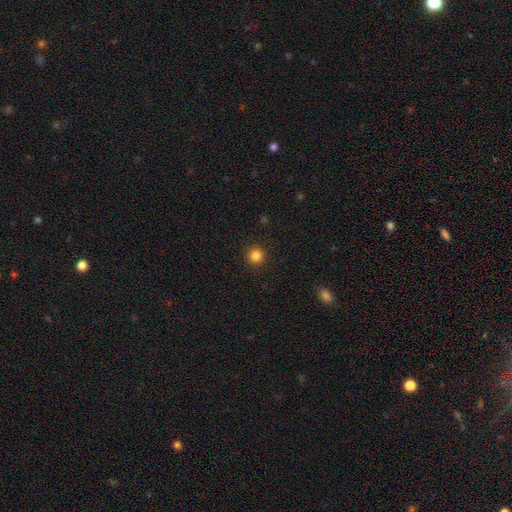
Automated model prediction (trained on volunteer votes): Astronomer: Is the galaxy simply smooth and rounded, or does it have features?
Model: smooth — 85%.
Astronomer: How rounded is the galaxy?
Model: round — 94%.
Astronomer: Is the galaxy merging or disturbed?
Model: none — 92%.